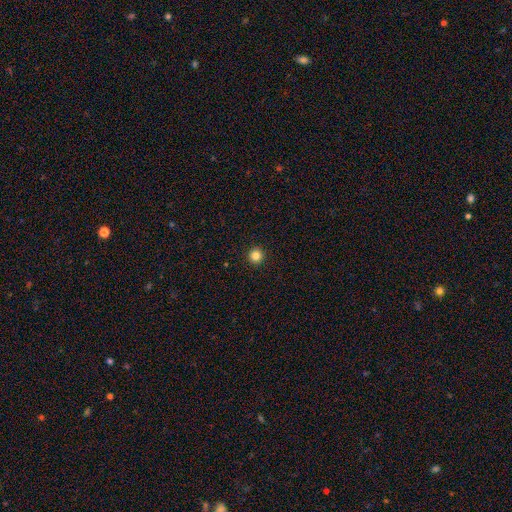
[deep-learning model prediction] Smooth or featured? Predicted: smooth (p=0.84). How rounded? Predicted: round (p=0.96). Merging? Predicted: none (p=0.94).